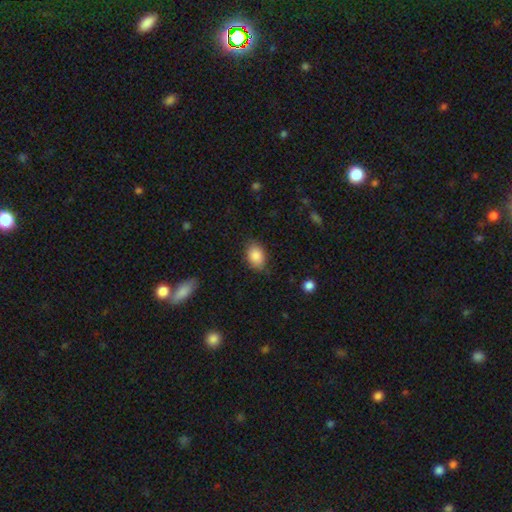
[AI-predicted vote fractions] This is clearly a smooth galaxy (87%). How rounded: likely in between (77%). Merging: likely none (77%).